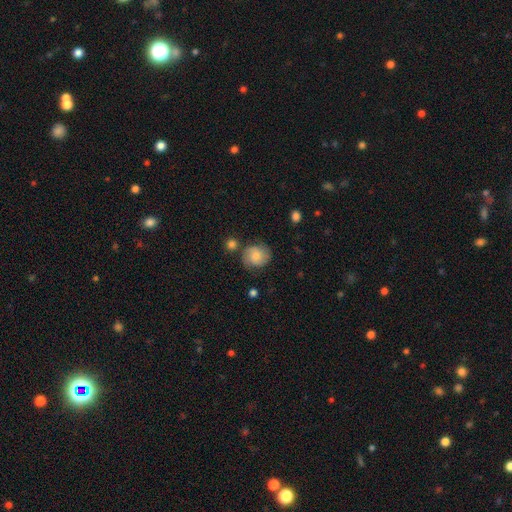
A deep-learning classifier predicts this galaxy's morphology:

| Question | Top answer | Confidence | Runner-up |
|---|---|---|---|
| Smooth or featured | smooth | 65% | featured or disk (26%) |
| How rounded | round | 79% | in between (20%) |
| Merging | none | 70% | minor disturbance (18%) |